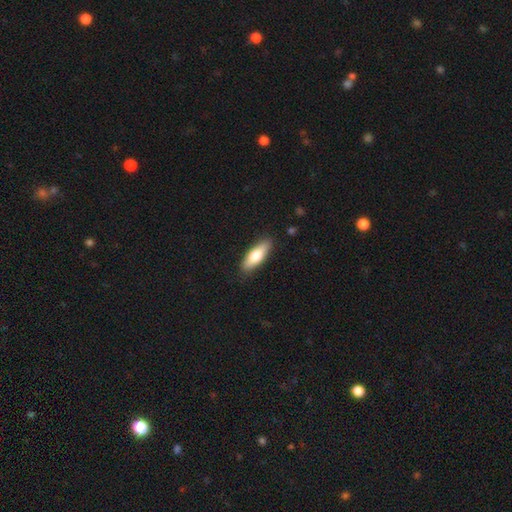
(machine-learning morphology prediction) Smooth or featured?
  - smooth: 72% *
  - featured or disk: 23%
  - star or artifact: 5%
How rounded?
  - in between: 51% *
  - cigar-shaped: 47%
  - round: 2%
Merging?
  - none: 87% *
  - minor disturbance: 10%
  - major disturbance: 2%
  - merger: 1%